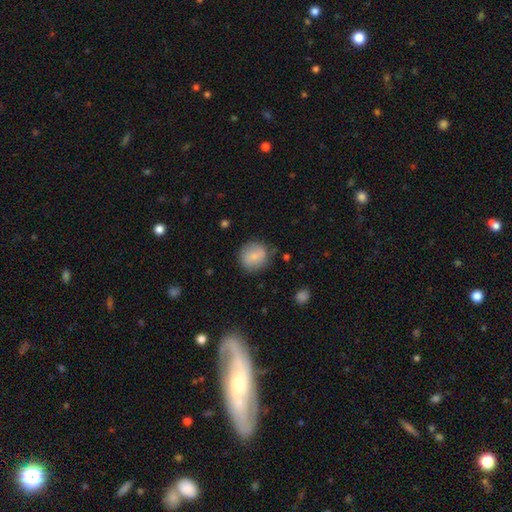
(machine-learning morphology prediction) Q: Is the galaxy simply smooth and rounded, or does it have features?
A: smooth — 77%.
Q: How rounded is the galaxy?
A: round — 88%.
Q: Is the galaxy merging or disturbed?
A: none — 78%.